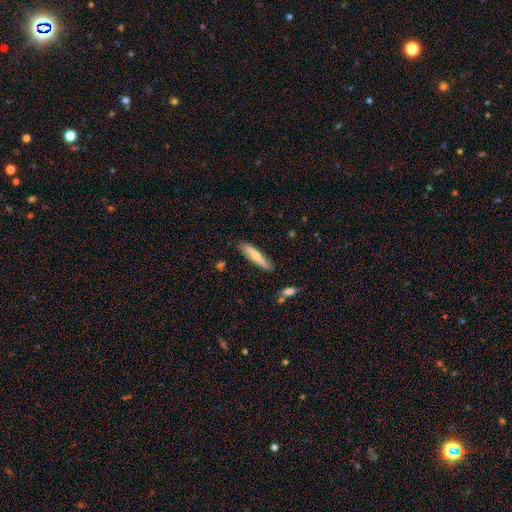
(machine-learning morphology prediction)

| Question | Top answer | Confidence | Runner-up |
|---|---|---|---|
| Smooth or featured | smooth | 68% | featured or disk (26%) |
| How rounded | cigar-shaped | 83% | in between (15%) |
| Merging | none | 80% | minor disturbance (15%) |